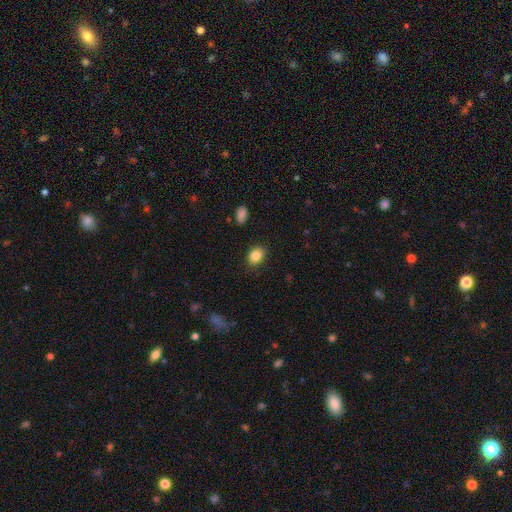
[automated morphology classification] Q: Smooth or featured?
A: smooth (85%); runner-up: star or artifact (9%)
Q: How rounded?
A: in between (64%); runner-up: round (34%)
Q: Merging?
A: none (85%); runner-up: minor disturbance (11%)